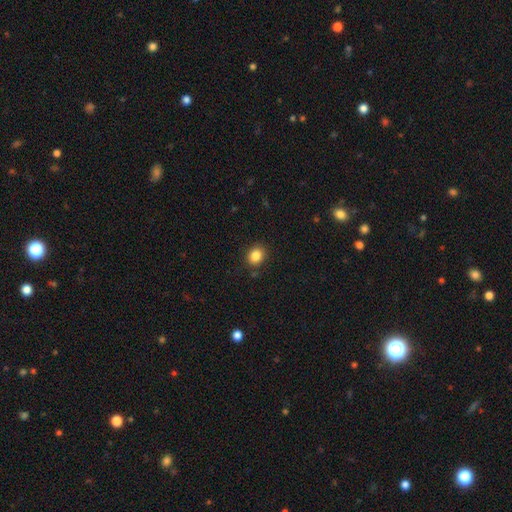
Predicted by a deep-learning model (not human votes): A smooth galaxy with no disk features (85%) that is round (60%).

Vote fractions:
- Smooth or featured? smooth: 85% / star or artifact: 10% / featured or disk: 5%
- How rounded? round: 60% / in between: 39% / cigar-shaped: 1%
- Merging? none: 87% / minor disturbance: 8% / major disturbance: 2% / merger: 2%